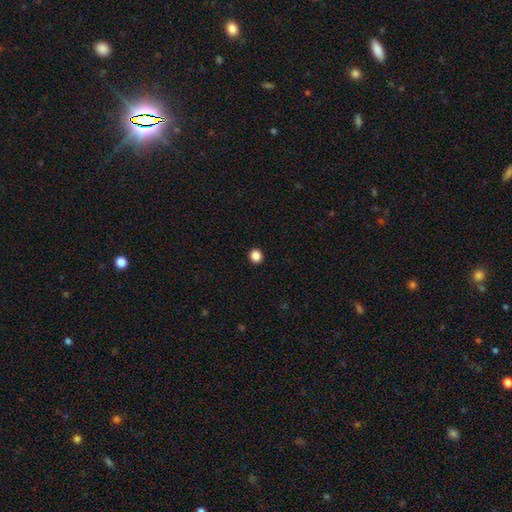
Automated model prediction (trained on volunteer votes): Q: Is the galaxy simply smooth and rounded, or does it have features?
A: smooth — 86%.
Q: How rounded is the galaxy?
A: round — 92%.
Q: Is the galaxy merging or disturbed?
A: none — 94%.